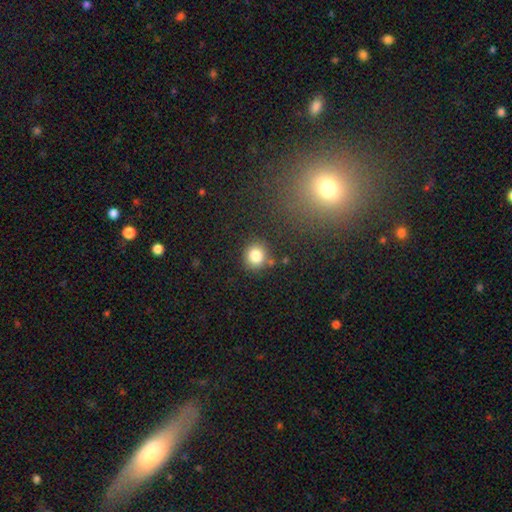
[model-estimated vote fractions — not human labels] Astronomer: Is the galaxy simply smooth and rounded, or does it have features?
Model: smooth — 83%.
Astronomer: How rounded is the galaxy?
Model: round — 84%.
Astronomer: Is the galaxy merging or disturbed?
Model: none — 81%.